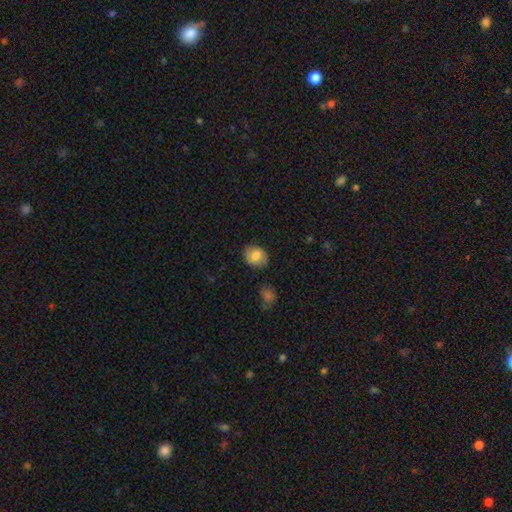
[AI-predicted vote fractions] This appears to be a smooth galaxy with no disk features (76%) that is round (50%). Merging: none (82%).